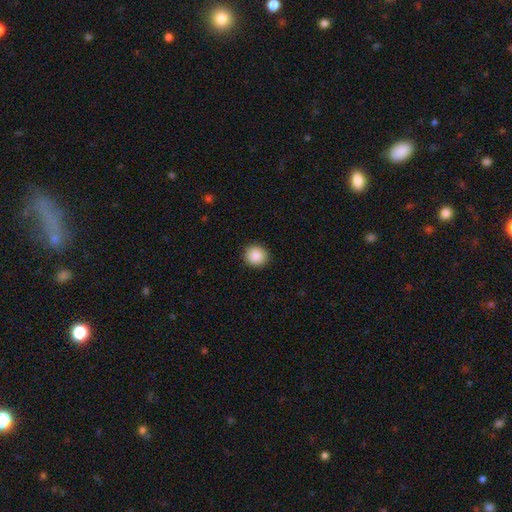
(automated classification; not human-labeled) This appears to be a smooth galaxy with no disk features (89%) that is round (90%). Merging: none (92%).